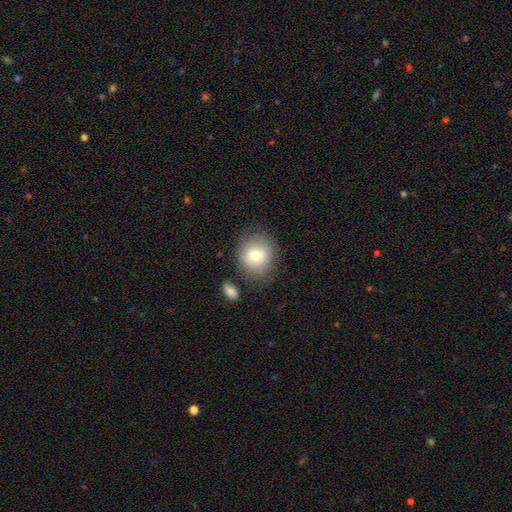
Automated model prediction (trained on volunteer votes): smooth 73%, featured or disk 18%, star or artifact 9%. Down the decision tree: how rounded — round (86%); merging — none (76%).